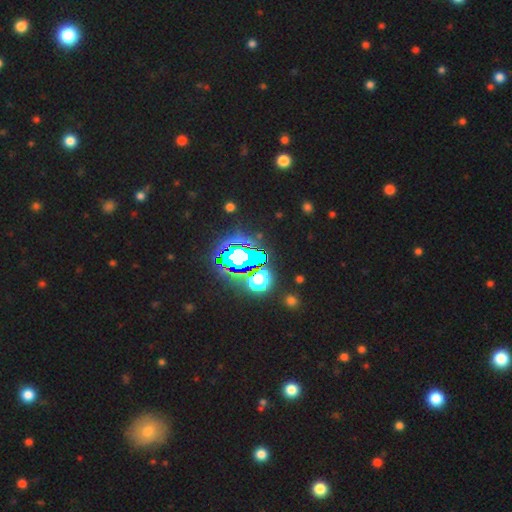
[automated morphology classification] smooth_or_featured: star or artifact (p=0.69) [alt: smooth p=0.17]